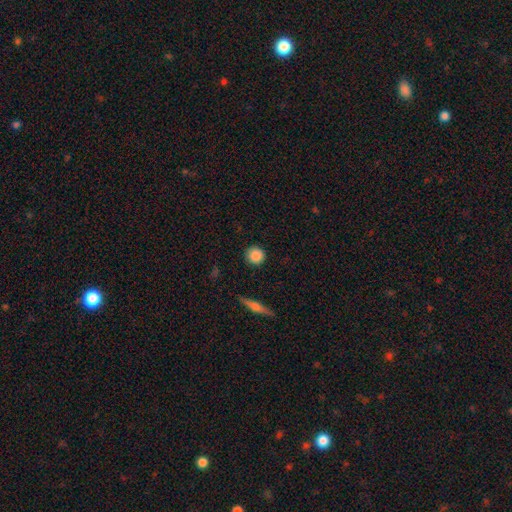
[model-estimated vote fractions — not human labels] The model was most divided on "smooth or featured": smooth: 86%, star or artifact: 8%, featured or disk: 6%. More confident: how rounded — round (94%); merging — none (90%).